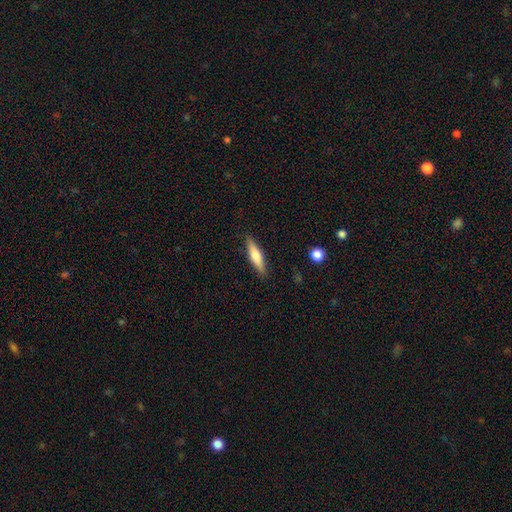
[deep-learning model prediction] Smooth or featured: smooth — 58% (featured or disk — 36%)
How rounded: cigar-shaped — 76% (in between — 23%)
Merging: none — 88% (minor disturbance — 9%)